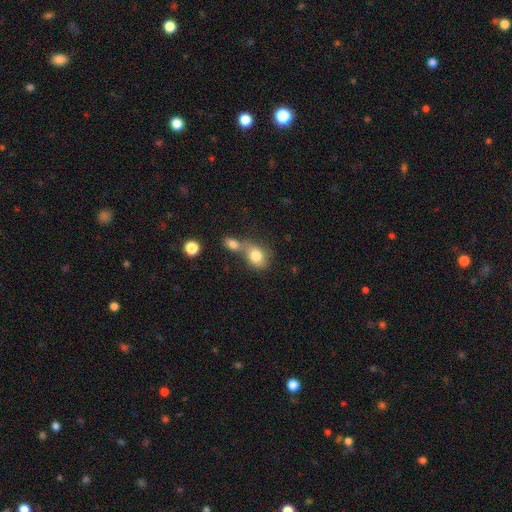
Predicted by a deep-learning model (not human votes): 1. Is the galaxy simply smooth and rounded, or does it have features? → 80% smooth, 11% featured or disk, 9% star or artifact.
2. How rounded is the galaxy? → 56% in between, 43% round, 1% cigar-shaped.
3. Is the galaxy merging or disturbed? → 57% merger, 28% none, 10% minor disturbance, 5% major disturbance.